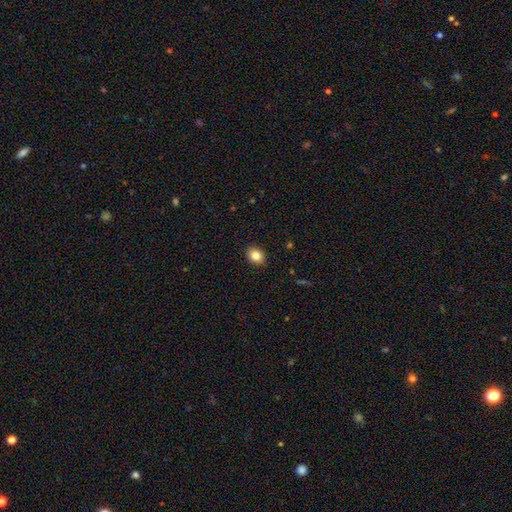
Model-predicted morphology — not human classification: smooth_or_featured: smooth (p=0.84) [alt: star or artifact p=0.09]
how_rounded: in between (p=0.56) [alt: round p=0.43]
merging: none (p=0.90) [alt: minor disturbance p=0.07]